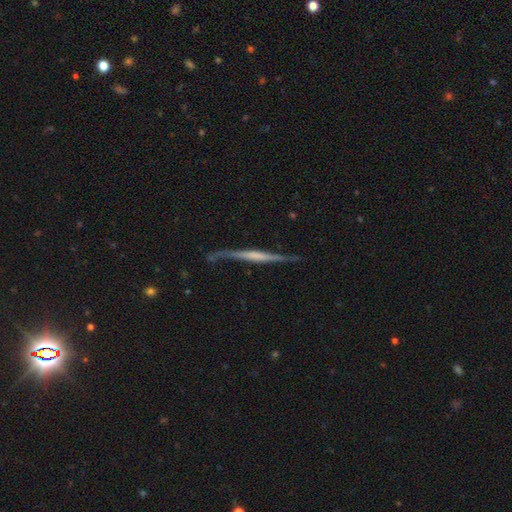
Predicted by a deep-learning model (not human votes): This is likely a featured or disk galaxy (72%). It is clearly viewed edge-on (93%). Edge-on bulge: possibly none (52%). Merging: likely none (66%).